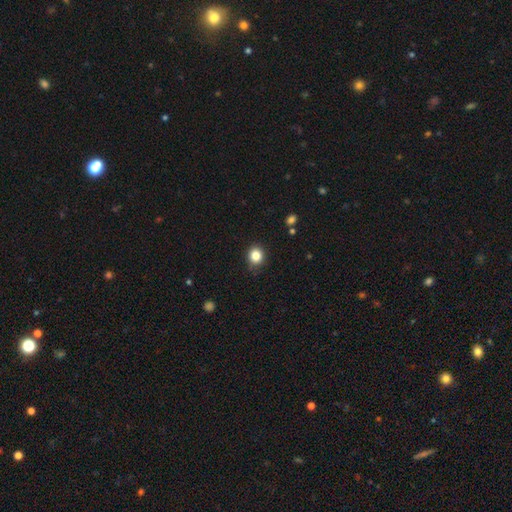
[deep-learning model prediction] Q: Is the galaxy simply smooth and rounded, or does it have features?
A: smooth — 84%.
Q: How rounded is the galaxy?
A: round — 78%.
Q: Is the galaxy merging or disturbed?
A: none — 86%.